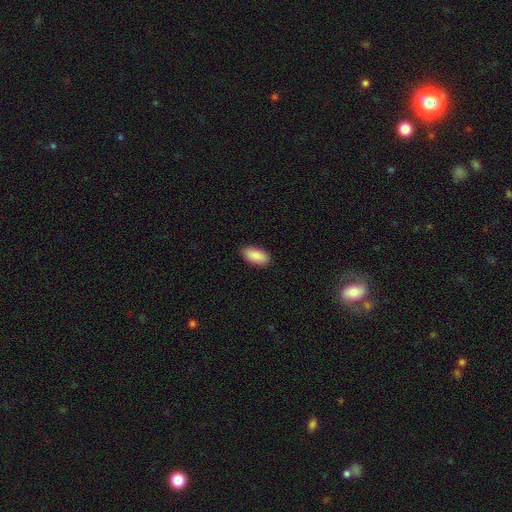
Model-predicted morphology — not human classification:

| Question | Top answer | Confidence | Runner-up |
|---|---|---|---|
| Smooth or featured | smooth | 90% | star or artifact (6%) |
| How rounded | in between | 90% | cigar-shaped (8%) |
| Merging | none | 88% | minor disturbance (9%) |